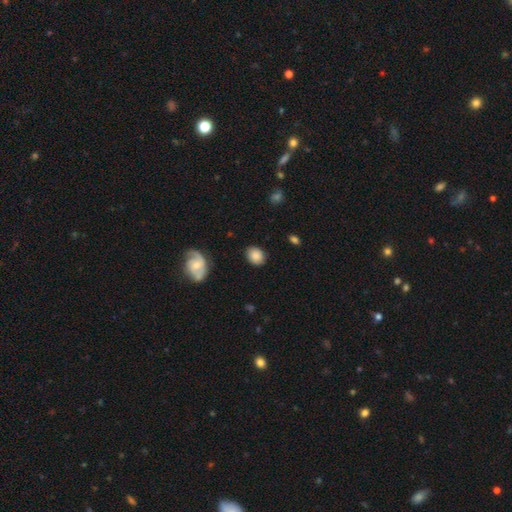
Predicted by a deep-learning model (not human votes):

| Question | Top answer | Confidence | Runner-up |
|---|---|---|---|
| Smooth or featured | smooth | 82% | featured or disk (11%) |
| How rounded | in between | 56% | round (43%) |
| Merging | none | 82% | minor disturbance (13%) |